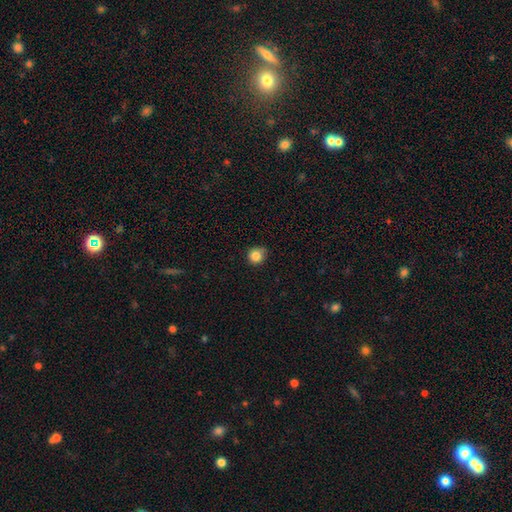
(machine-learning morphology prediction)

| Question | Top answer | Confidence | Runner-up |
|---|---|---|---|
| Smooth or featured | smooth | 84% | star or artifact (11%) |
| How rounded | round | 91% | in between (8%) |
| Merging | none | 75% | minor disturbance (21%) |